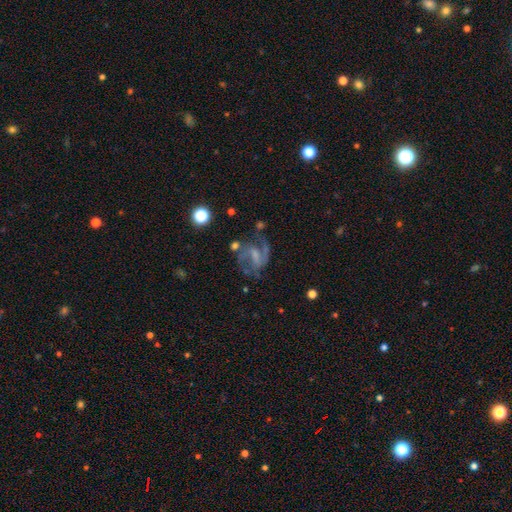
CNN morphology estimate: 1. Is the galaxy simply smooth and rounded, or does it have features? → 78% featured or disk, 12% smooth, 10% star or artifact.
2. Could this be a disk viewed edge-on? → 98% no, 2% yes.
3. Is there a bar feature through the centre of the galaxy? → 48% weak, 28% strong, 24% no.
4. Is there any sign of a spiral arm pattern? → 90% yes, 10% no.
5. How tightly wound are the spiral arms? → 52% medium, 32% loose, 15% tight.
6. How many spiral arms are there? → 78% 2, 8% can't tell, 5% 3, 5% 1, 2% 4, 2% more than 4.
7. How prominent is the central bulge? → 47% none, 27% small, 19% moderate, 5% large, 1% dominant.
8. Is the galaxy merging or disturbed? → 53% none, 22% major disturbance, 19% minor disturbance, 6% merger.